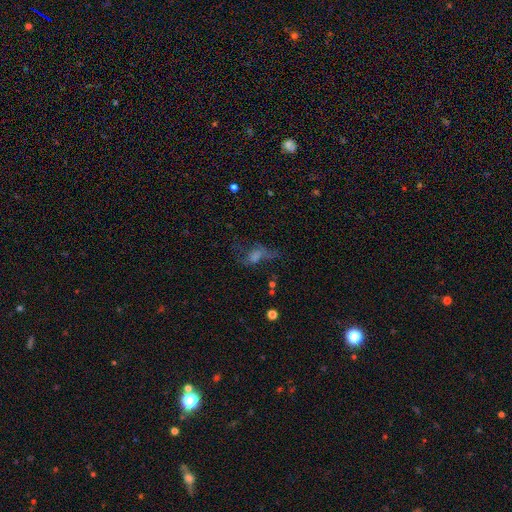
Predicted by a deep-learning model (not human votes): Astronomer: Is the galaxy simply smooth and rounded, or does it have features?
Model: featured or disk — 38% (runner-up: smooth, 32%).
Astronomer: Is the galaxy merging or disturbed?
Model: major disturbance — 39%, tied with none at 39%.